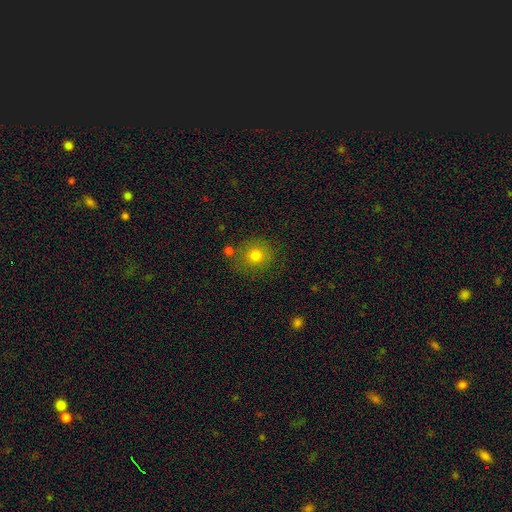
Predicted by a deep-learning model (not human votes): A smooth galaxy with no disk features (78%) that is round (85%).

Vote fractions:
- Smooth or featured? smooth: 78% / star or artifact: 13% / featured or disk: 9%
- How rounded? round: 85% / in between: 14% / cigar-shaped: 1%
- Merging? none: 76% / minor disturbance: 12% / merger: 8% / major disturbance: 4%